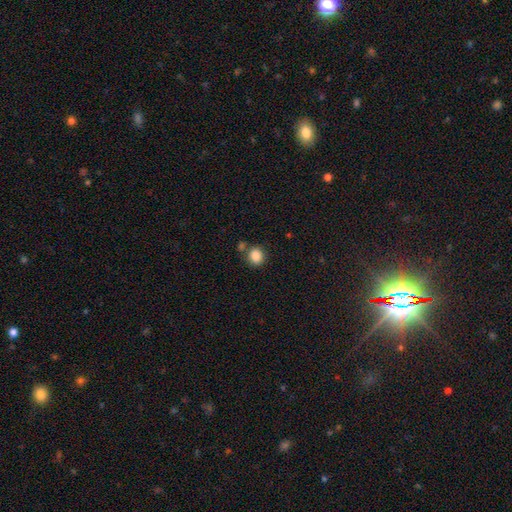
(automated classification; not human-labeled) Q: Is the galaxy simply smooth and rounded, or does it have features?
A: smooth — 87%.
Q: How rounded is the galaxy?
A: round — 79%.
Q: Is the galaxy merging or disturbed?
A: none — 71%.